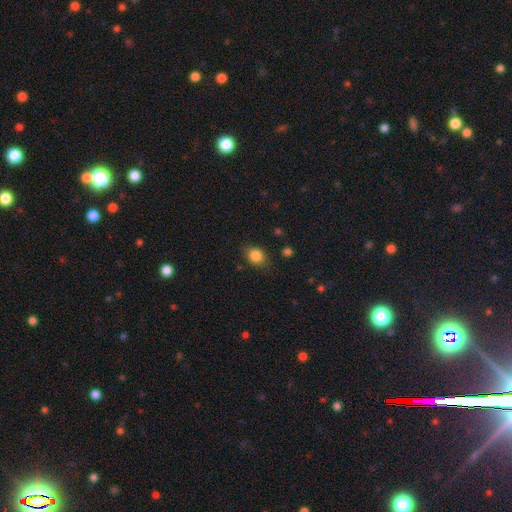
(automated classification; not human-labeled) Smooth or featured: smooth — 85% (star or artifact — 10%)
How rounded: round — 52% (in between — 47%)
Merging: none — 80% (minor disturbance — 14%)